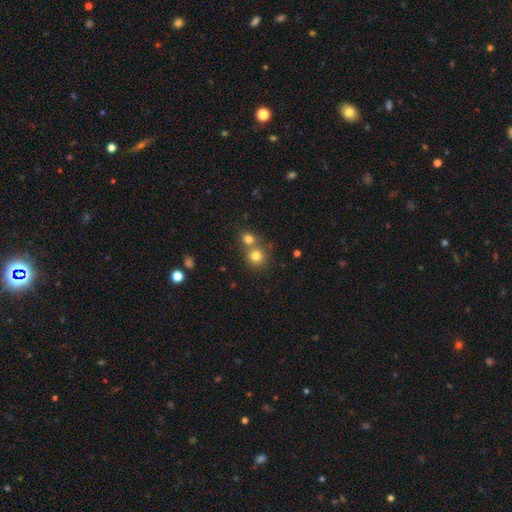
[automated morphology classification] This is likely a smooth galaxy (78%). How rounded: clearly round (87%). Merging: possibly none (52%).